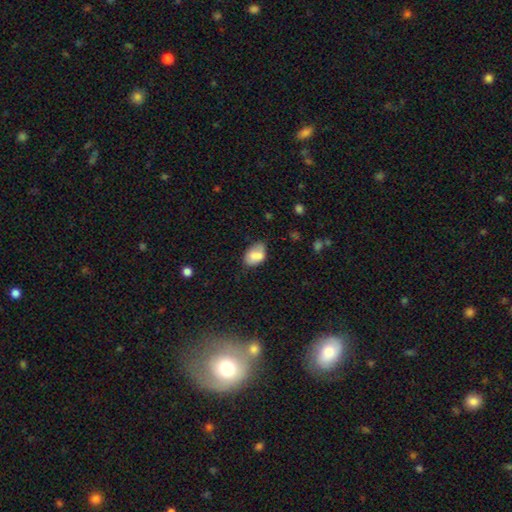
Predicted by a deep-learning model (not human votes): smooth 77%, featured or disk 14%, star or artifact 8%. Down the decision tree: how rounded — in between (84%); merging — none (54%).